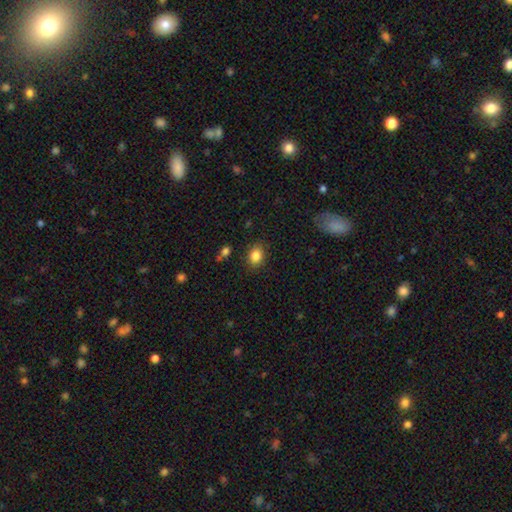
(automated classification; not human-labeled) Smooth or featured? Predicted: smooth (p=0.84). How rounded? Predicted: in between (p=0.51). Merging? Predicted: none (p=0.85).